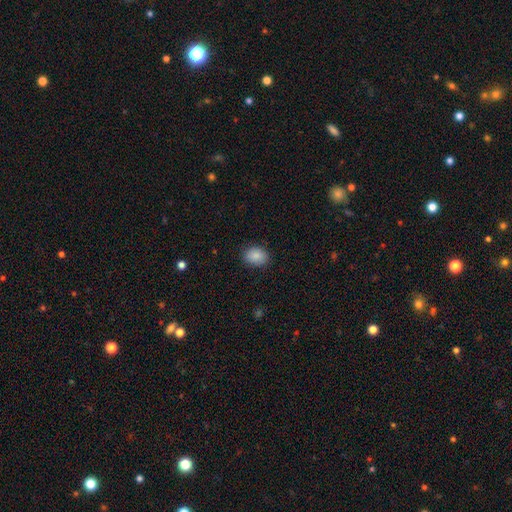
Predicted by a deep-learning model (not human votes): Smooth or featured? smooth (87%)
How rounded? in between (64%)
Merging? none (85%)